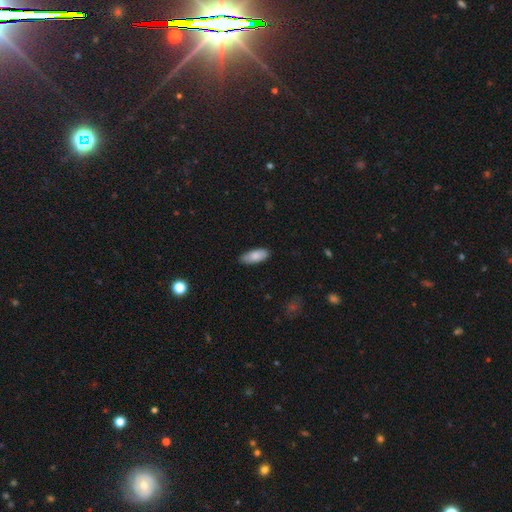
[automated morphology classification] smooth_or_featured: smooth (p=0.84) [alt: featured or disk p=0.10]
how_rounded: in between (p=0.80) [alt: cigar-shaped p=0.18]
merging: none (p=0.86) [alt: minor disturbance p=0.11]